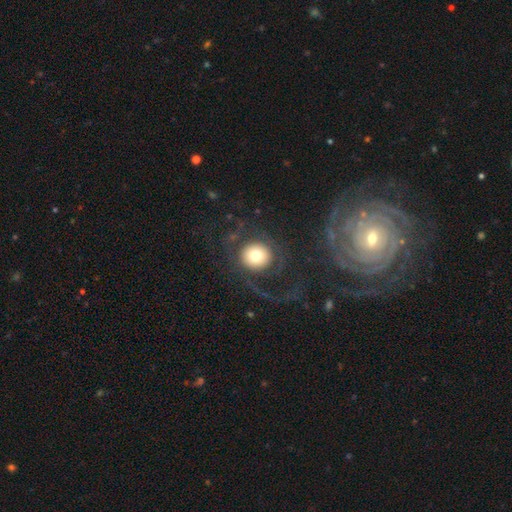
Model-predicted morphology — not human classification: smooth_or_featured: smooth (p=0.58) [alt: featured or disk p=0.31]
how_rounded: round (p=0.91) [alt: in between p=0.08]
merging: none (p=0.62) [alt: major disturbance p=0.26]